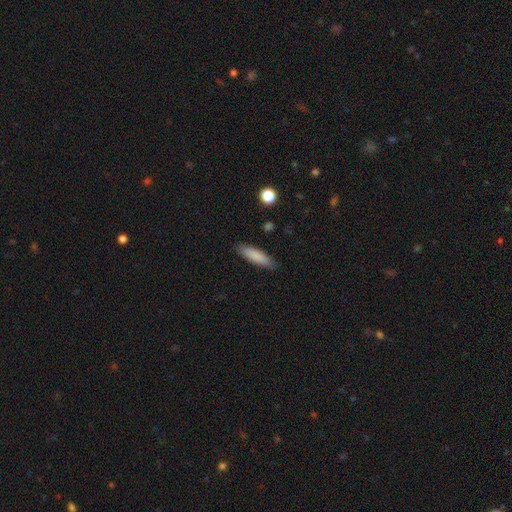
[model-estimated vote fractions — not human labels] Morphology: type=smooth (85%); roundness=cigar-shaped (63%); merging=none (87%).